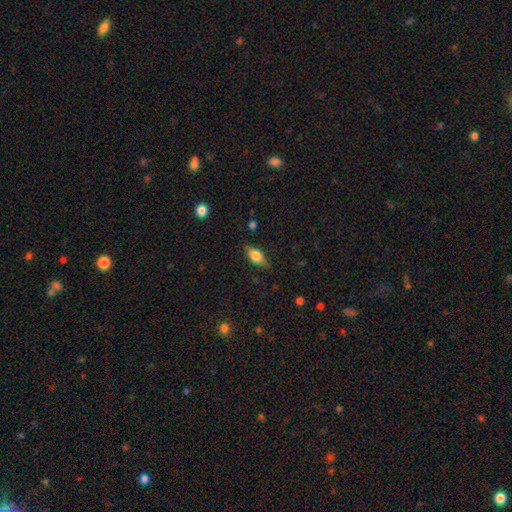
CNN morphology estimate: Smooth or featured?
  - smooth: 68% *
  - featured or disk: 24%
  - star or artifact: 8%
How rounded?
  - in between: 82% *
  - cigar-shaped: 13%
  - round: 5%
Merging?
  - none: 82% *
  - minor disturbance: 14%
  - major disturbance: 3%
  - merger: 1%